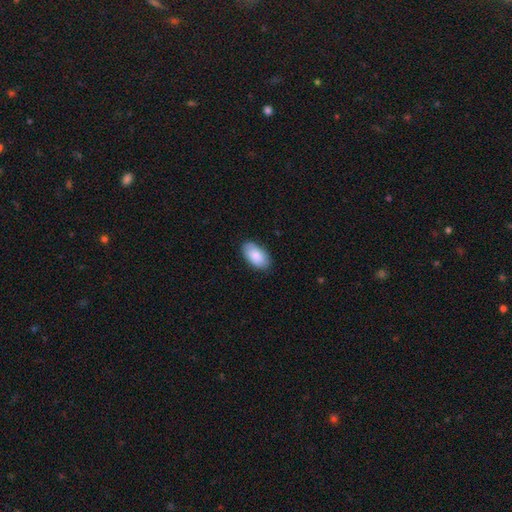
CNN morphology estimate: Smooth or featured? Predicted: smooth (p=0.86). How rounded? Predicted: in between (p=0.96). Merging? Predicted: none (p=0.85).